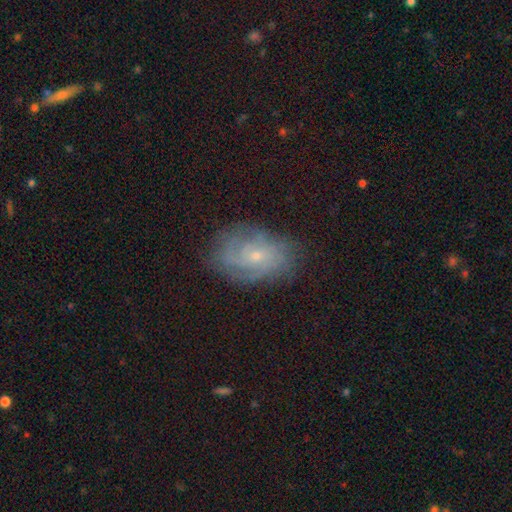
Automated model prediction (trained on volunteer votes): Smooth or featured: featured or disk — 70% (smooth — 20%)
Edge-on disk: no — 96% (yes — 4%)
Bar: no — 70% (weak — 27%)
Spiral arms: yes — 91% (no — 9%)
Spiral winding: tight — 57% (medium — 33%)
Spiral arm count: can't tell — 43% (2 — 22%)
Bulge size: small — 72% (moderate — 23%)
Merging: none — 75% (minor disturbance — 18%)